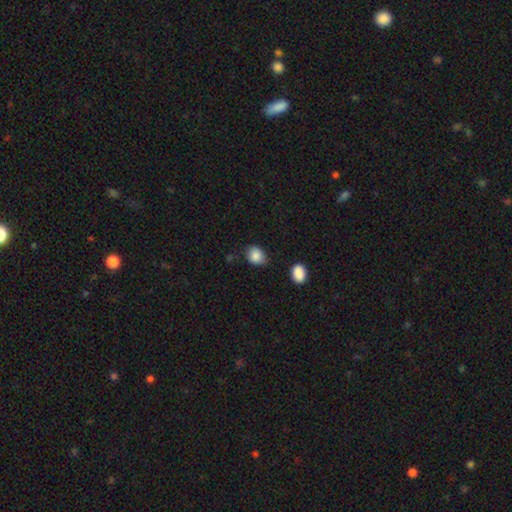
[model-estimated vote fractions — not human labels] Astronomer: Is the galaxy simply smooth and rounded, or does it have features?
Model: smooth — 87%.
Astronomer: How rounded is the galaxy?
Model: in between — 53% (runner-up: round, 46%).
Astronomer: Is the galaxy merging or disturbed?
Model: none — 68%.